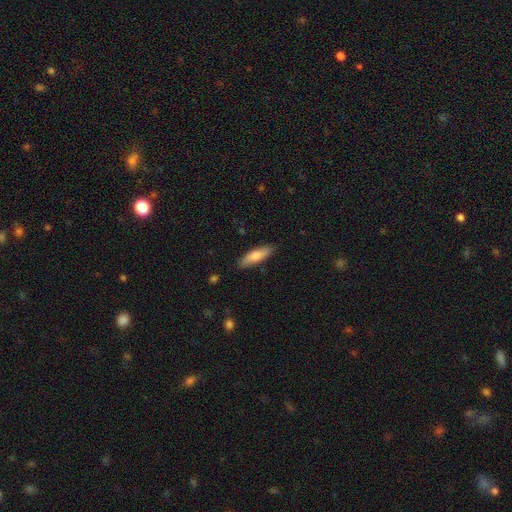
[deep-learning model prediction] smooth_or_featured: smooth (p=0.74) [alt: featured or disk p=0.20]
how_rounded: cigar-shaped (p=0.58) [alt: in between p=0.40]
merging: none (p=0.87) [alt: minor disturbance p=0.10]